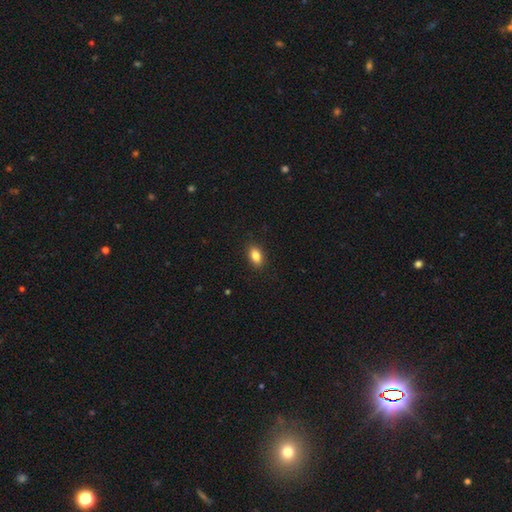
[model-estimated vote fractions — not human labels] Smooth or featured? smooth (85%)
How rounded? in between (88%)
Merging? none (89%)